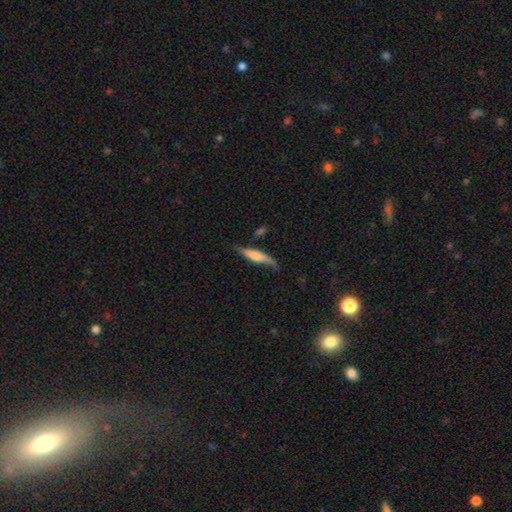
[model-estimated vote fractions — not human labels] Q: Smooth or featured?
A: smooth (51%); runner-up: featured or disk (44%)
Q: How rounded?
A: cigar-shaped (78%); runner-up: in between (19%)
Q: Merging?
A: none (58%); runner-up: minor disturbance (29%)